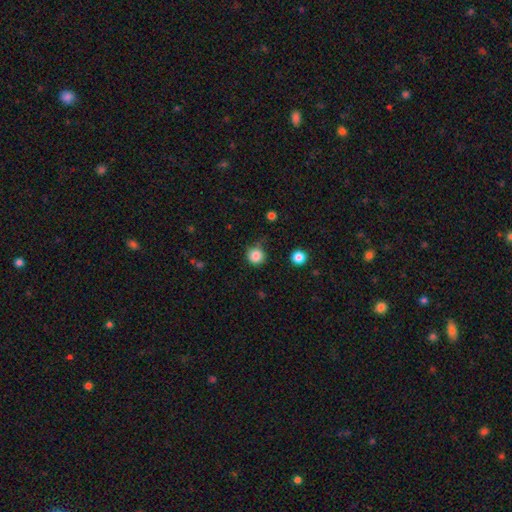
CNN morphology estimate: type=smooth (84%); roundness=round (94%); merging=none (74%).